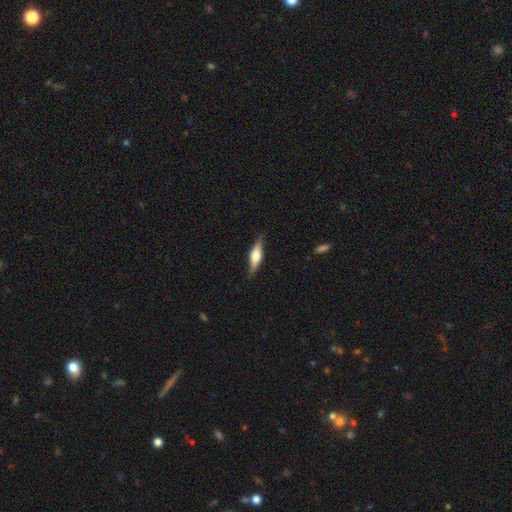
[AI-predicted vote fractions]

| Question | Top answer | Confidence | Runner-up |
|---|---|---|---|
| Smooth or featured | featured or disk | 54% | smooth (40%) |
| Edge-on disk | yes | 94% | no (6%) |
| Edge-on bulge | rounded | 88% | boxy (9%) |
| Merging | none | 84% | minor disturbance (13%) |